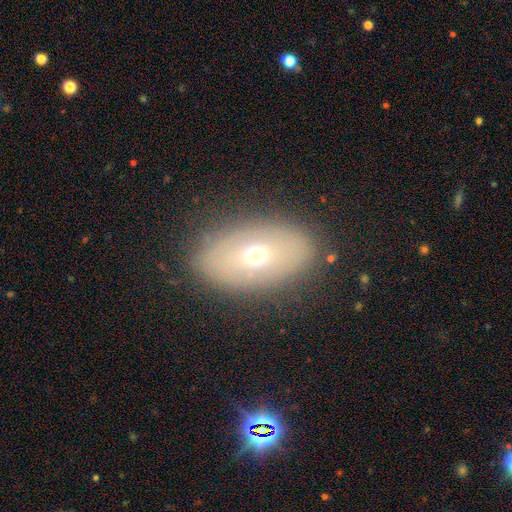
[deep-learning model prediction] Overall: smooth (53%; featured or disk 35%). How rounded: in between (89%). Merging: none (85%).